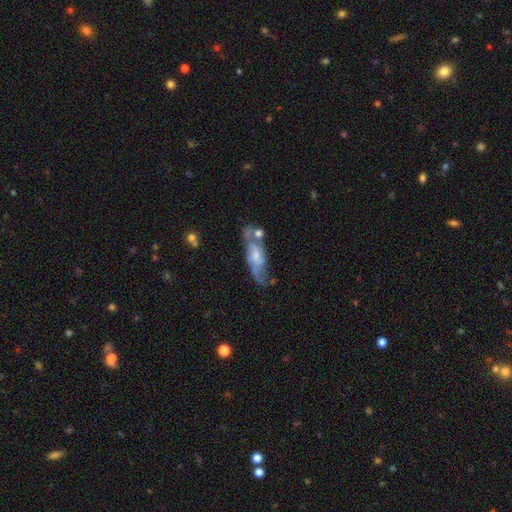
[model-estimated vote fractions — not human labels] Morphology: type=featured or disk (67%); edge-on=no (80%); bar=no (55%); spiral arms=yes (79%); bulge=small (44%); merging=none (48%).